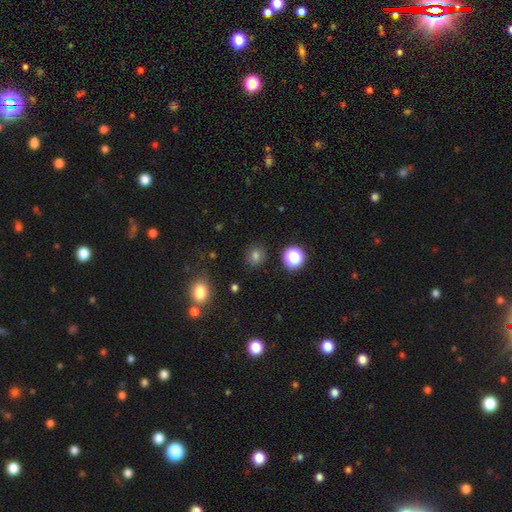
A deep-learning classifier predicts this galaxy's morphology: A smooth galaxy with no disk features (77%) that is round (85%).

Vote fractions:
- Smooth or featured? smooth: 77% / star or artifact: 18% / featured or disk: 5%
- How rounded? round: 85% / in between: 14% / cigar-shaped: 1%
- Merging? none: 88% / minor disturbance: 8% / major disturbance: 3% / merger: 2%